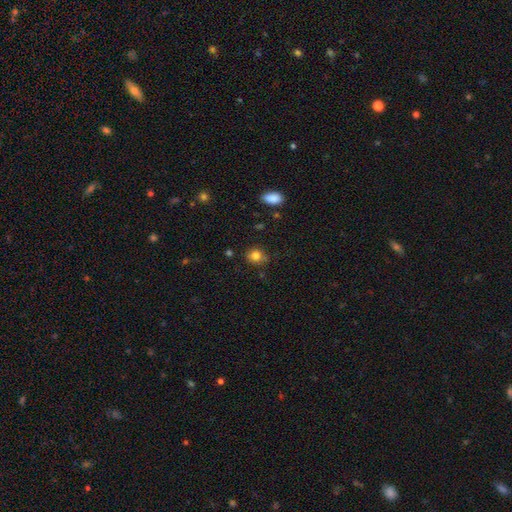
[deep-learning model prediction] Smooth or featured: smooth — 82% (star or artifact — 11%)
How rounded: round — 72% (in between — 27%)
Merging: none — 78% (minor disturbance — 16%)